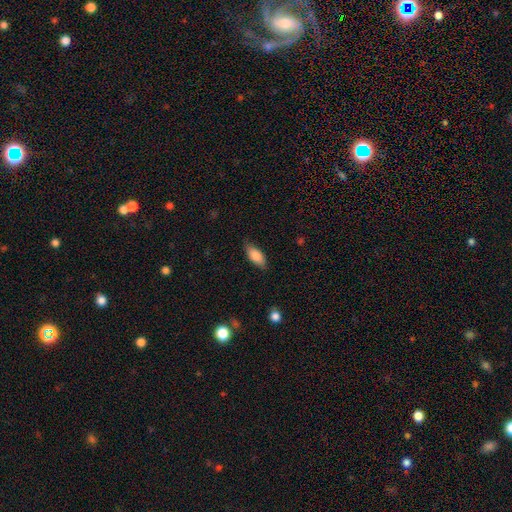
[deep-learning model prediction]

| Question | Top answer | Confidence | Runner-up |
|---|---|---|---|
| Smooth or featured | smooth | 85% | featured or disk (9%) |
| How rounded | in between | 83% | cigar-shaped (15%) |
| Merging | none | 81% | minor disturbance (14%) |